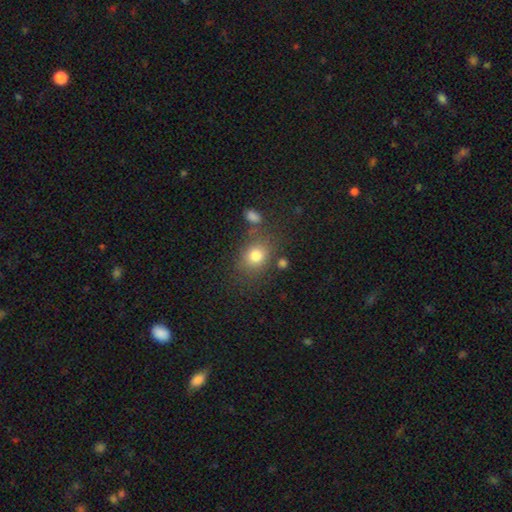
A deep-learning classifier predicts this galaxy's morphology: The model was most divided on "how rounded": round: 55%, in between: 44%, cigar-shaped: 1%. More confident: smooth or featured — smooth (79%); merging — none (71%).